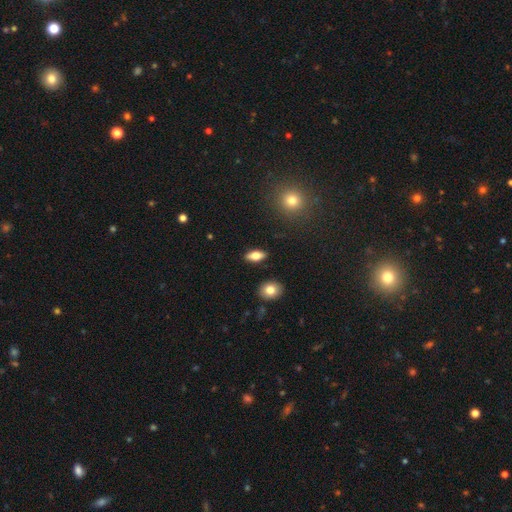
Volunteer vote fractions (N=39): This is likely a smooth galaxy (67%). How rounded: clearly in between (96%). Merging: clearly none (92%).